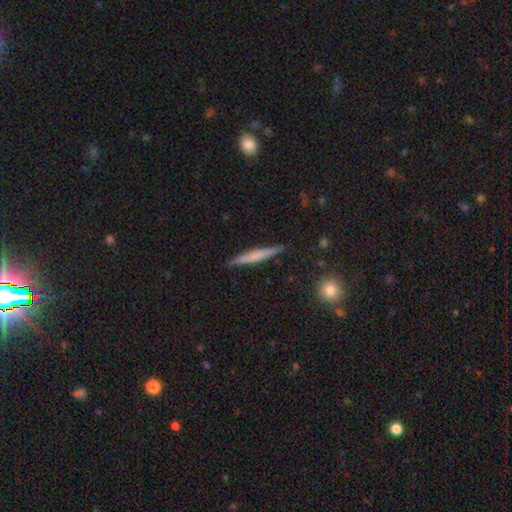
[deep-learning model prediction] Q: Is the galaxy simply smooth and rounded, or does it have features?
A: smooth — 53%.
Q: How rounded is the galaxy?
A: cigar-shaped — 95%.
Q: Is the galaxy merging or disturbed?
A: none — 89%.